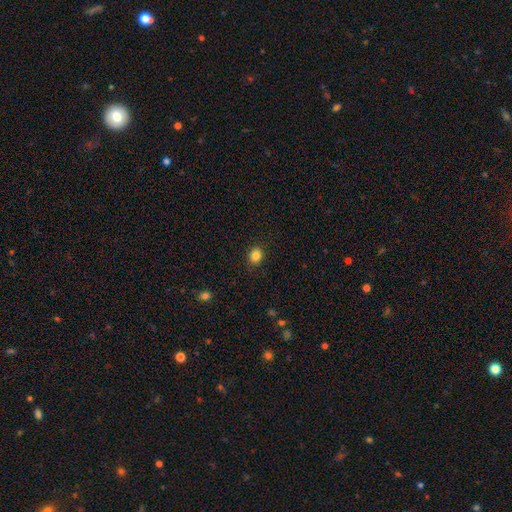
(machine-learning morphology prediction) This is clearly a smooth galaxy (84%). How rounded: likely round (70%). Merging: clearly none (88%).